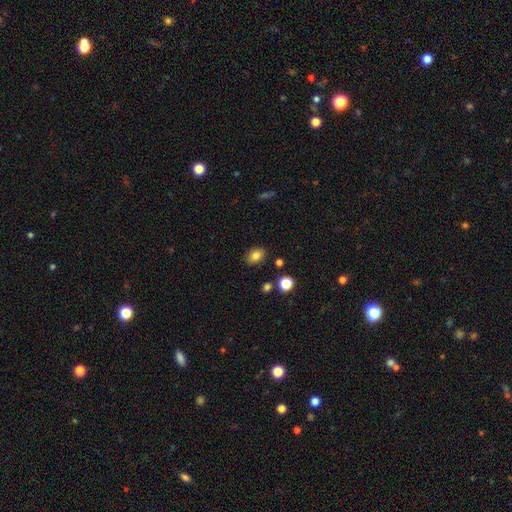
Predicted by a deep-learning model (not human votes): smooth 81%, star or artifact 11%, featured or disk 9%. Down the decision tree: how rounded — in between (67%); merging — none (86%).